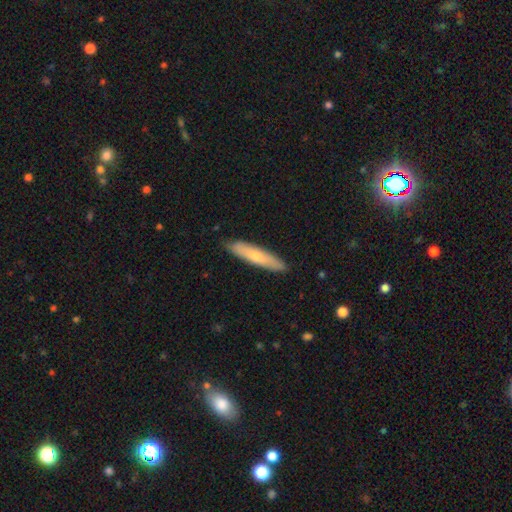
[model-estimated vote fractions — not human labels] A smooth galaxy with no disk features (63%) that is cigar-shaped (85%). Merging: none (87%).